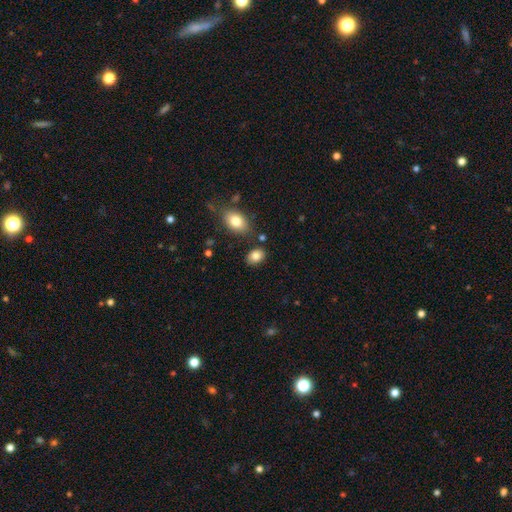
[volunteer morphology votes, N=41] type=smooth (85%); roundness=in between (89%); merging=none (79%).